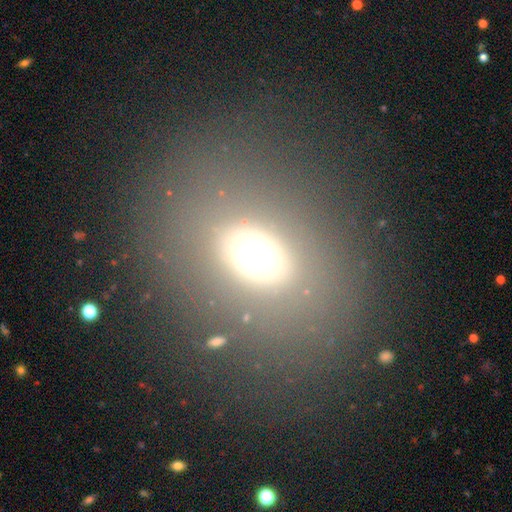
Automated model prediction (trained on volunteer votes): A smooth galaxy with no disk features (61%) that is in between round and cigar-shaped (58%). Merging: none (82%).